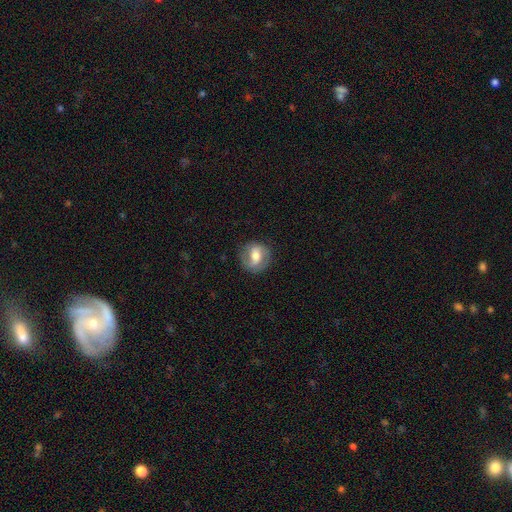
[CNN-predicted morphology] Smooth or featured? featured or disk (53%)
Edge-on disk? no (96%)
Bar? weak (43%)
Spiral arms? yes (75%)
Bulge size? moderate (61%)
Merging? none (79%)